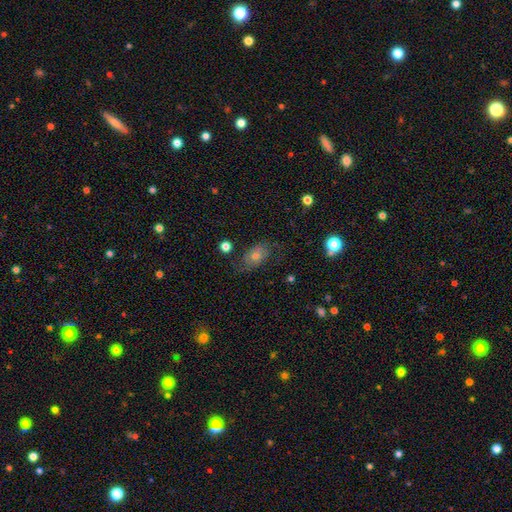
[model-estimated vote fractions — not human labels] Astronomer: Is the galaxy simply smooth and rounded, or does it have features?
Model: featured or disk — 44% (runner-up: smooth, 42%).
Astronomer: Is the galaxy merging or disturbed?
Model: none — 65%.